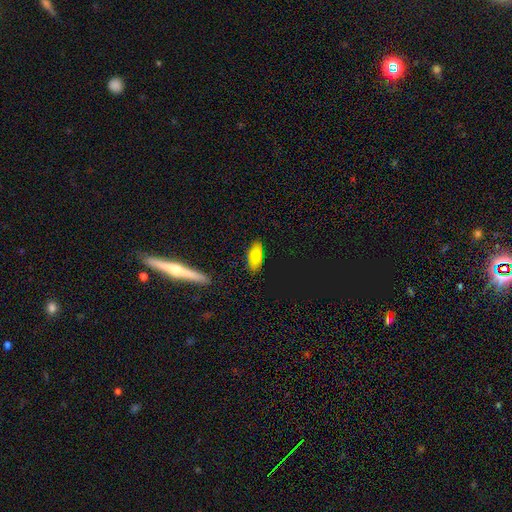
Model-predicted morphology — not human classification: Smooth or featured? Predicted: smooth (p=0.79). How rounded? Predicted: in between (p=0.81). Merging? Predicted: none (p=0.82).